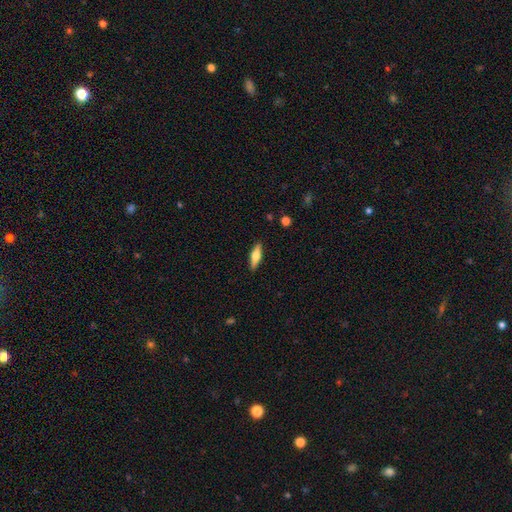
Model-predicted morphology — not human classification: Smooth or featured: smooth — 52% (featured or disk — 42%)
How rounded: cigar-shaped — 55% (in between — 42%)
Merging: none — 89% (minor disturbance — 8%)